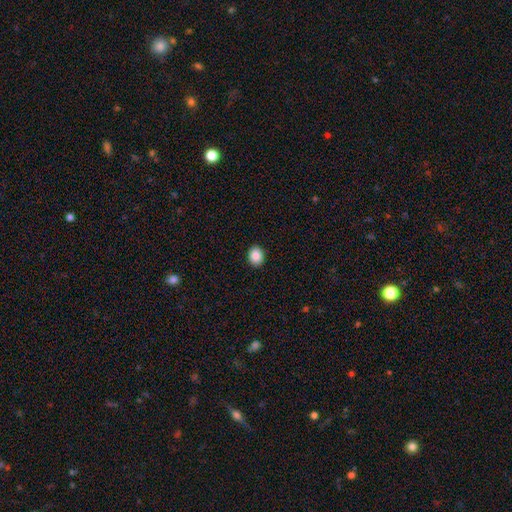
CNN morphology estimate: Q: Smooth or featured?
A: smooth (89%); runner-up: star or artifact (8%)
Q: How rounded?
A: round (55%); runner-up: in between (44%)
Q: Merging?
A: none (91%); runner-up: minor disturbance (6%)